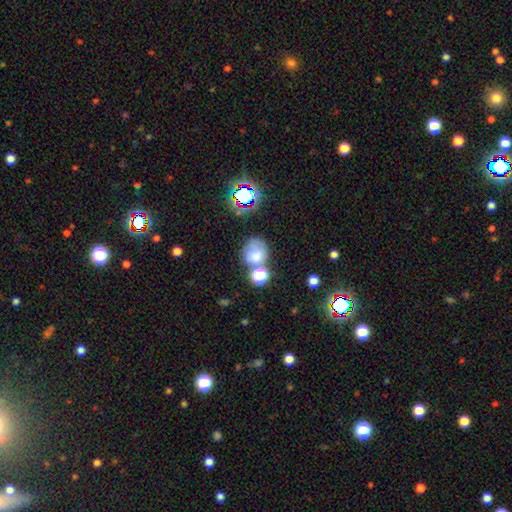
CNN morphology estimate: type=smooth (68%); roundness=round (73%); merging=none (46%).